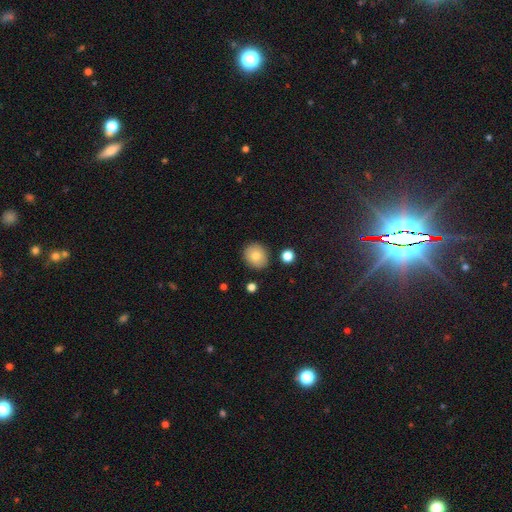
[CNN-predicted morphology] Q: Smooth or featured?
A: smooth (78%); runner-up: featured or disk (13%)
Q: How rounded?
A: round (77%); runner-up: in between (22%)
Q: Merging?
A: none (86%); runner-up: minor disturbance (9%)